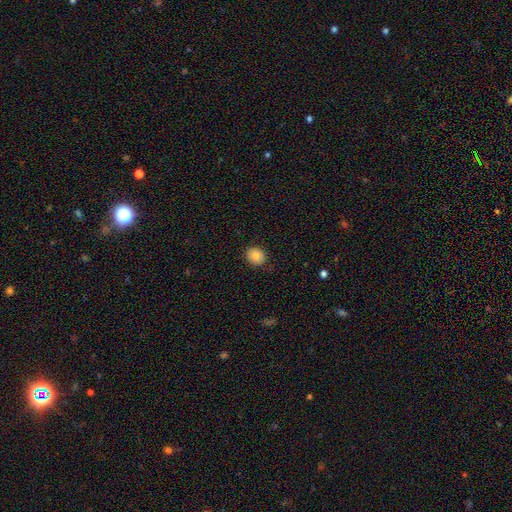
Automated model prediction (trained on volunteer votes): Q: Smooth or featured?
A: smooth (82%); runner-up: star or artifact (9%)
Q: How rounded?
A: round (72%); runner-up: in between (27%)
Q: Merging?
A: none (86%); runner-up: minor disturbance (11%)